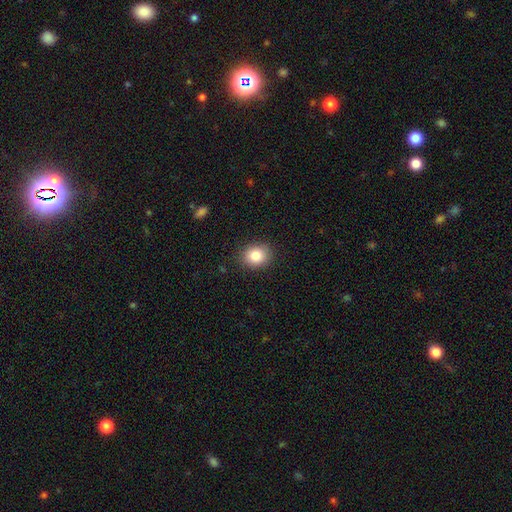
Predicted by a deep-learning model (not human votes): Smooth or featured? Predicted: smooth (p=0.83). How rounded? Predicted: round (p=0.61). Merging? Predicted: none (p=0.88).